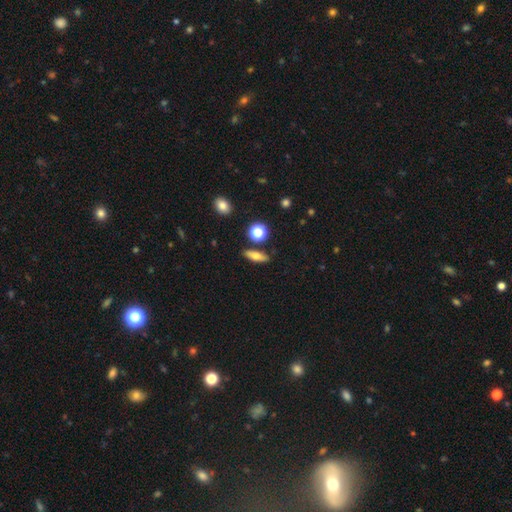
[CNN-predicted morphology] This is likely a smooth galaxy (66%). How rounded: possibly in between (51%). Merging: clearly none (83%).